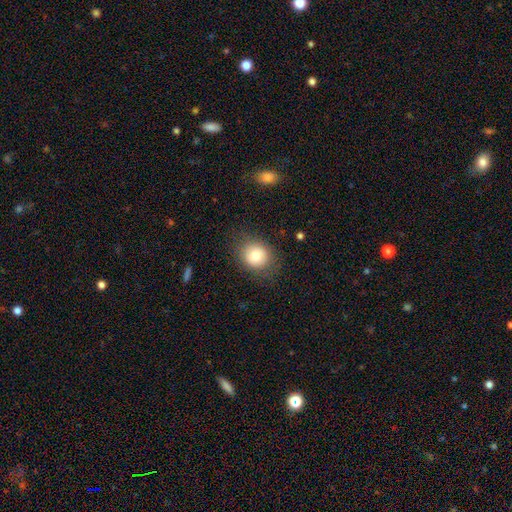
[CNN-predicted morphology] The model was most divided on "how rounded": round: 77%, in between: 22%, cigar-shaped: 1%. More confident: merging — none (82%); smooth or featured — smooth (77%).